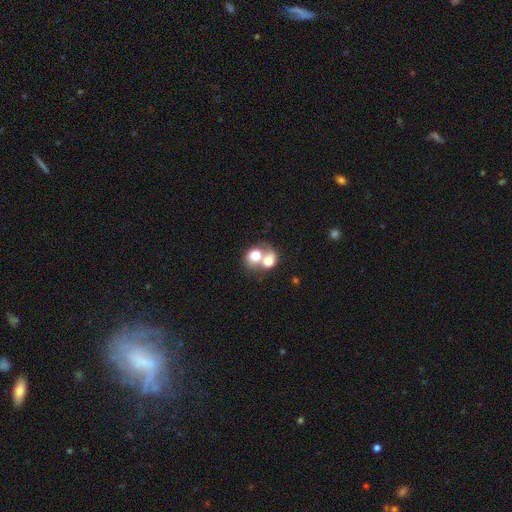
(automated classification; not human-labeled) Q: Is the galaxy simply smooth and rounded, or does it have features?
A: smooth — 72%.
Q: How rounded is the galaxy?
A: round — 55%.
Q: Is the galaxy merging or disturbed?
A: merger — 75%.